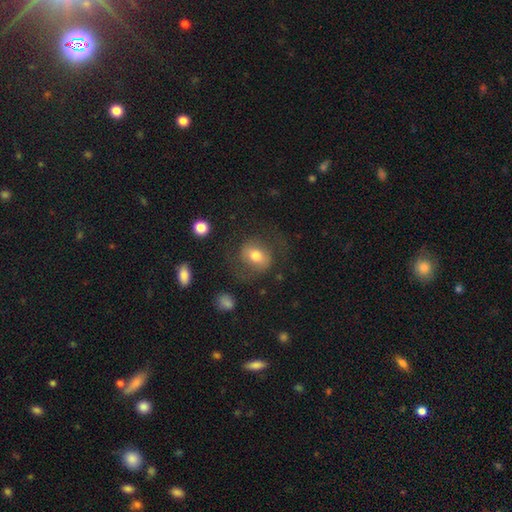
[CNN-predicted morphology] A smooth galaxy with no disk features (51%) that is round (54%). Merging: none (62%).